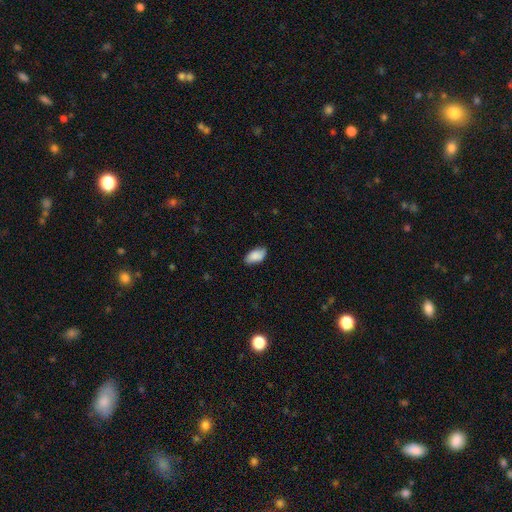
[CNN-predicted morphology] Smooth or featured: smooth — 88% (star or artifact — 6%)
How rounded: in between — 94% (round — 3%)
Merging: none — 81% (minor disturbance — 15%)